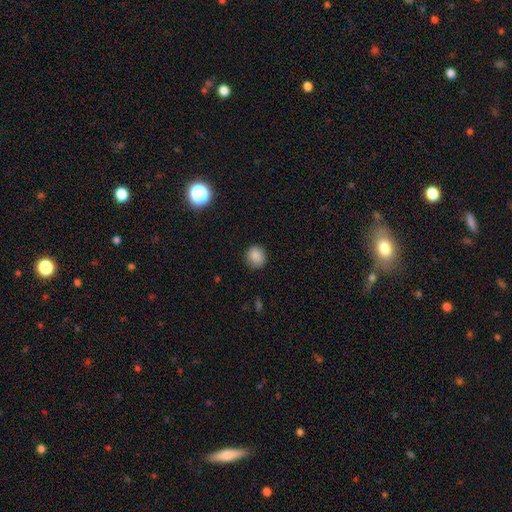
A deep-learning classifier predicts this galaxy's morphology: A smooth galaxy with no disk features (86%) that is round (81%).

Vote fractions:
- Smooth or featured? smooth: 86% / star or artifact: 10% / featured or disk: 4%
- How rounded? round: 81% / in between: 18% / cigar-shaped: 1%
- Merging? none: 84% / minor disturbance: 12% / major disturbance: 3% / merger: 1%